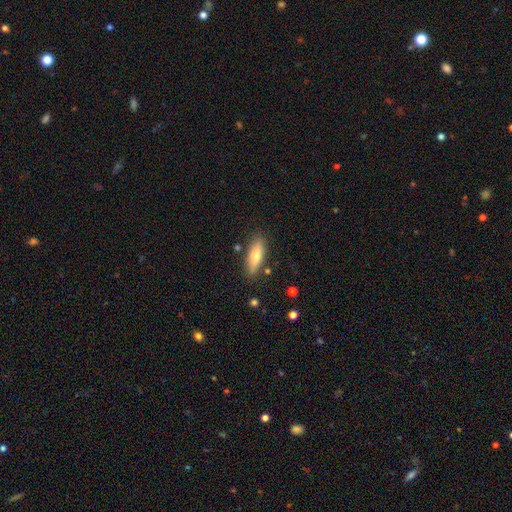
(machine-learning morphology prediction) Q: Smooth or featured?
A: smooth (66%); runner-up: featured or disk (27%)
Q: How rounded?
A: in between (53%); runner-up: cigar-shaped (44%)
Q: Merging?
A: none (83%); runner-up: minor disturbance (12%)